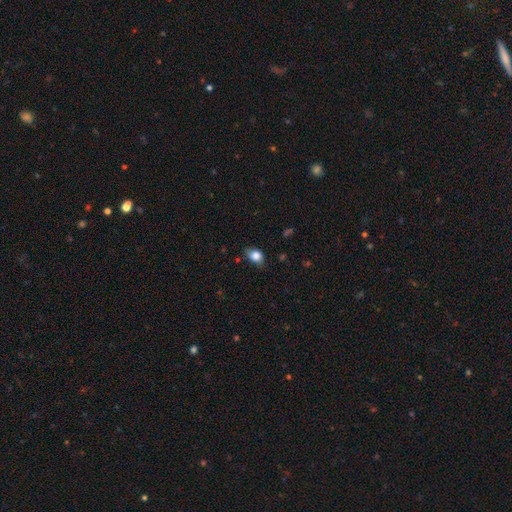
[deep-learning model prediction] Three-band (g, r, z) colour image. It shows a smooth galaxy with no disk features (82%) that is in between round and cigar-shaped (68%). Merging: none (66%).